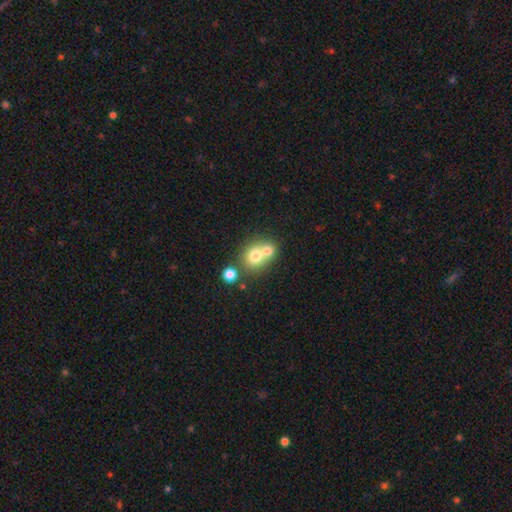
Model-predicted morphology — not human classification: smooth 71%, featured or disk 17%, star or artifact 12%. Down the decision tree: how rounded — round (75%); merging — merger (55%).